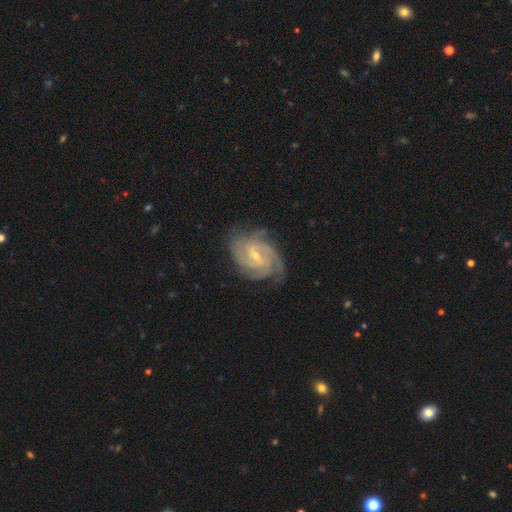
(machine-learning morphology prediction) This is clearly a featured or disk galaxy (90%). It is clearly not viewed edge-on (97%). Bar: possibly weak (52%). Spiral arm pattern: clearly yes (98%). Spiral arm count: marginally 4 (37%). Spiral winding: likely tight (63%). Central bulge: likely small (63%). Merging: likely none (78%).